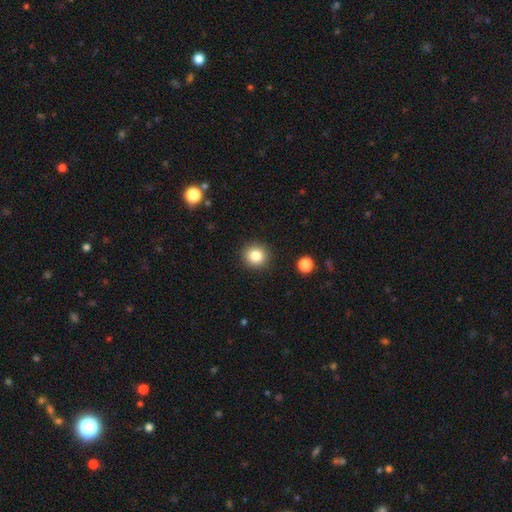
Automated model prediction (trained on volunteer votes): smooth 84%, star or artifact 11%, featured or disk 6%. Down the decision tree: how rounded — round (92%); merging — none (91%).